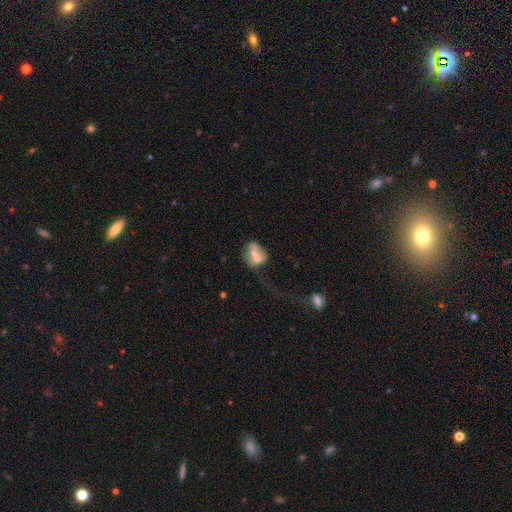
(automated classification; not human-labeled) Smooth or featured: smooth — 47% (featured or disk — 43%)
Merging: merger — 59% (none — 17%)